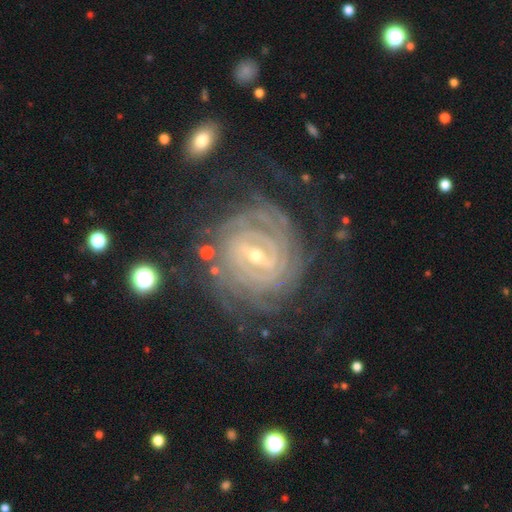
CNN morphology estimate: A featured or disk galaxy (90%) with a strong bar (47%), tight (85%) spiral arms (98%) and a small central bulge (60%).

Vote fractions:
- Smooth or featured? featured or disk: 90% / star or artifact: 6% / smooth: 4%
- Edge-on disk? no: 97% / yes: 3%
- Bar? strong: 47% / weak: 41% / no: 11%
- Spiral arms? yes: 98% / no: 2%
- Spiral winding? tight: 85% / medium: 13% / loose: 3%
- Spiral arm count? can't tell: 29% / 4: 23% / 3: 15% / 2: 14% / more than 4: 12% / 1: 7%
- Bulge size? small: 60% / moderate: 36% / large: 2% / none: 1% / dominant: 1%
- Merging? none: 75% / minor disturbance: 14% / major disturbance: 9% / merger: 2%